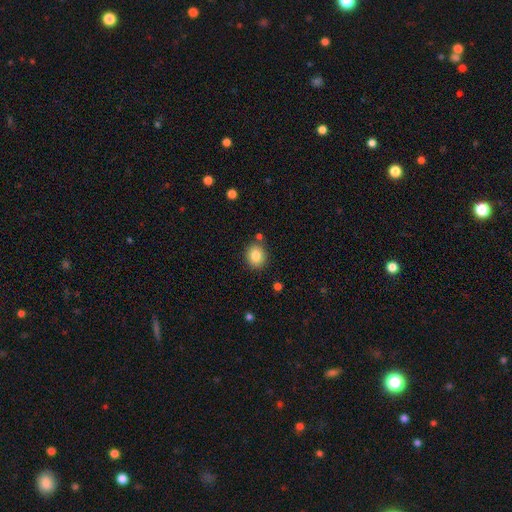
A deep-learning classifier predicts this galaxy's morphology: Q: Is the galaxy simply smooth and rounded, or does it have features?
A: smooth — 84%.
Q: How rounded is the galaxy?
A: round — 73%.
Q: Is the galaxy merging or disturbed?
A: none — 83%.